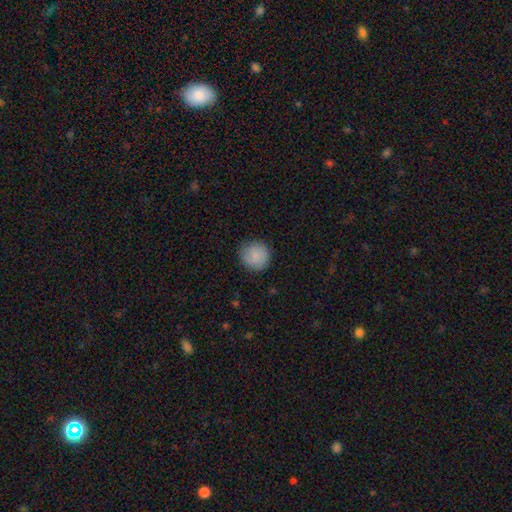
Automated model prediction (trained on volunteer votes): smooth 85%, featured or disk 9%, star or artifact 7%. Down the decision tree: how rounded — round (93%); merging — none (85%).